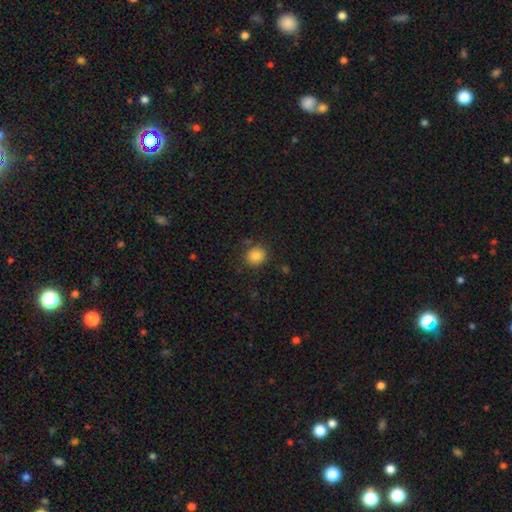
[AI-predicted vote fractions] This is clearly a smooth galaxy (84%). How rounded: clearly round (86%). Merging: clearly none (82%).